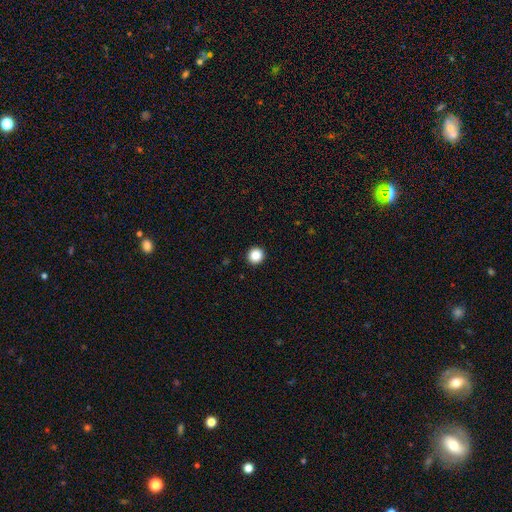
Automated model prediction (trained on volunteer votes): Overall: smooth (88%). How rounded: round (94%). Merging: none (93%).